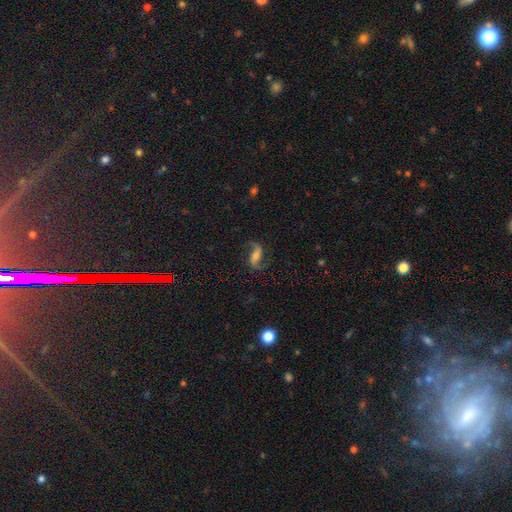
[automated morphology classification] Smooth or featured? featured or disk (83%)
Edge-on disk? no (96%)
Bar? weak (36%)
Spiral arms? yes (96%)
Spiral winding? loose (73%)
Spiral arm count? 2 (93%)
Bulge size? moderate (46%)
Merging? none (78%)